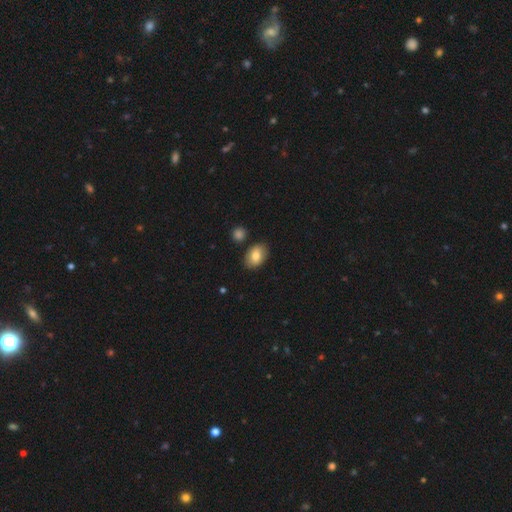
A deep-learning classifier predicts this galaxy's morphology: Smooth or featured? Predicted: smooth (p=0.80). How rounded? Predicted: in between (p=0.87). Merging? Predicted: none (p=0.83).